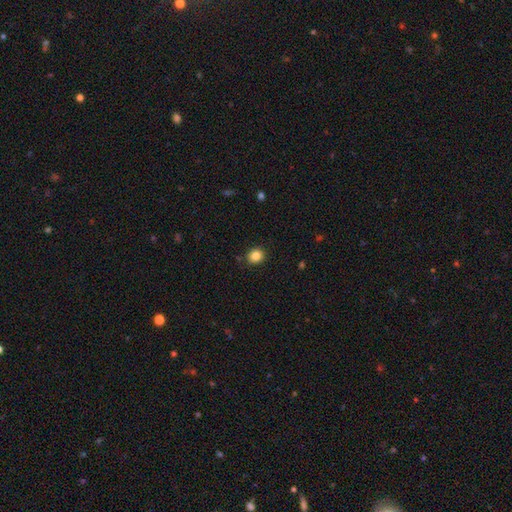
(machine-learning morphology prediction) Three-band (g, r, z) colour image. It shows a smooth galaxy with no disk features (84%) that is round (81%). Merging: none (89%).